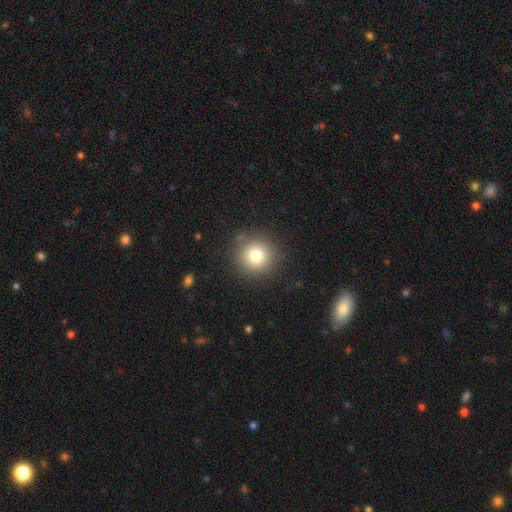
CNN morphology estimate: A smooth galaxy with no disk features (79%) that is round (94%). Merging: none (87%).